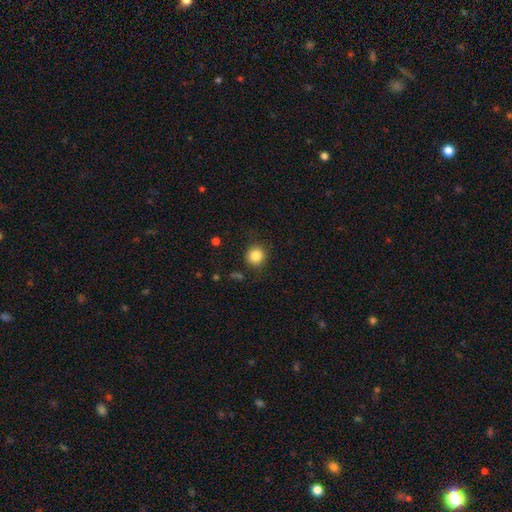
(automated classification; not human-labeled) smooth 84%, star or artifact 10%, featured or disk 5%. Down the decision tree: how rounded — round (92%); merging — none (86%).